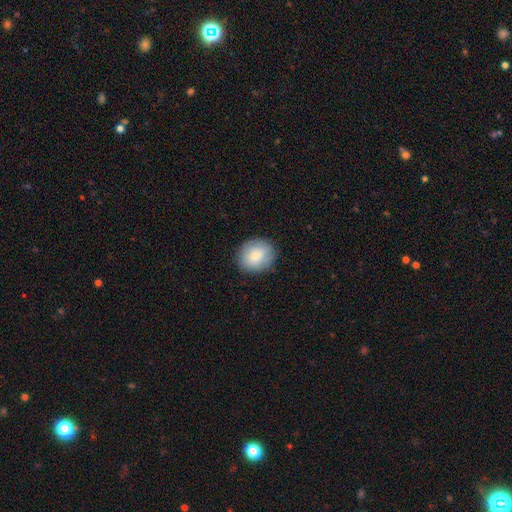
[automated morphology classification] Smooth or featured? smooth (83%)
How rounded? round (72%)
Merging? none (86%)